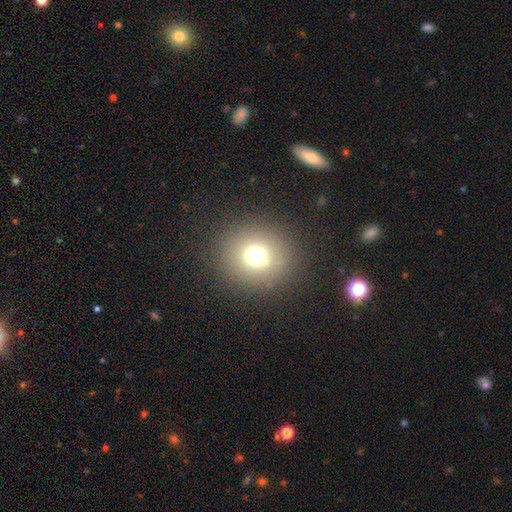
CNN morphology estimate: Smooth or featured: smooth — 68% (star or artifact — 21%)
How rounded: round — 88% (in between — 11%)
Merging: none — 85% (minor disturbance — 8%)